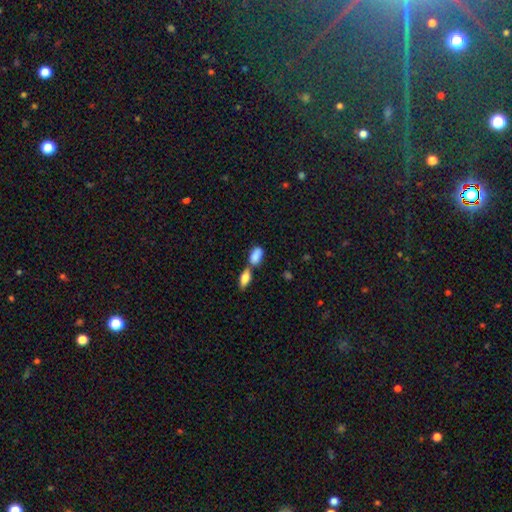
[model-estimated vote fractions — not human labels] This is clearly a smooth galaxy (83%). How rounded: clearly in between (87%). Merging: possibly merger (53%).